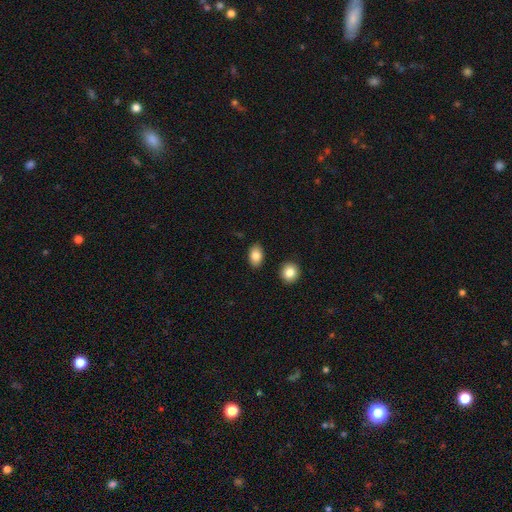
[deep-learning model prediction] Smooth or featured?
  - smooth: 84% *
  - featured or disk: 8%
  - star or artifact: 8%
How rounded?
  - in between: 84% *
  - round: 15%
  - cigar-shaped: 1%
Merging?
  - none: 87% *
  - minor disturbance: 9%
  - merger: 3%
  - major disturbance: 2%